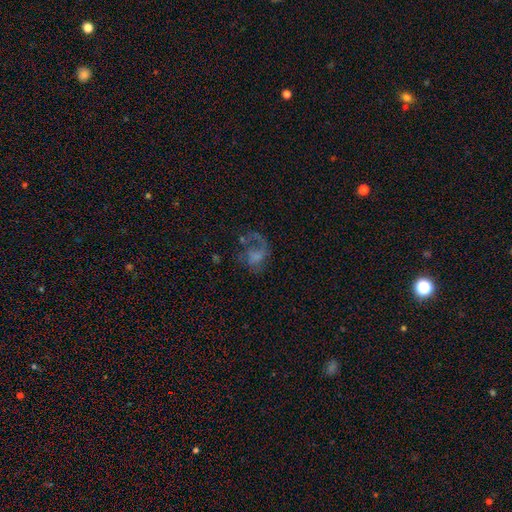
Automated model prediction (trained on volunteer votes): Q: Smooth or featured?
A: featured or disk (52%); runner-up: smooth (34%)
Q: Edge-on disk?
A: no (98%); runner-up: yes (2%)
Q: Bar?
A: no (75%); runner-up: weak (21%)
Q: Spiral arms?
A: yes (60%); runner-up: no (40%)
Q: Bulge size?
A: none (46%); runner-up: small (23%)
Q: Merging?
A: major disturbance (49%); runner-up: none (28%)